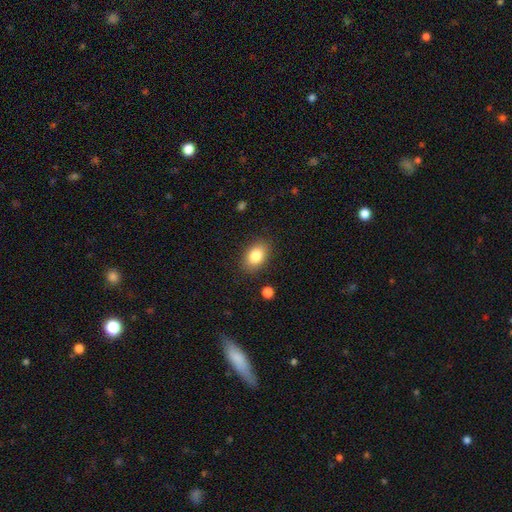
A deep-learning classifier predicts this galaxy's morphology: A smooth galaxy with no disk features (84%) that is in between round and cigar-shaped (84%). Merging: none (86%).